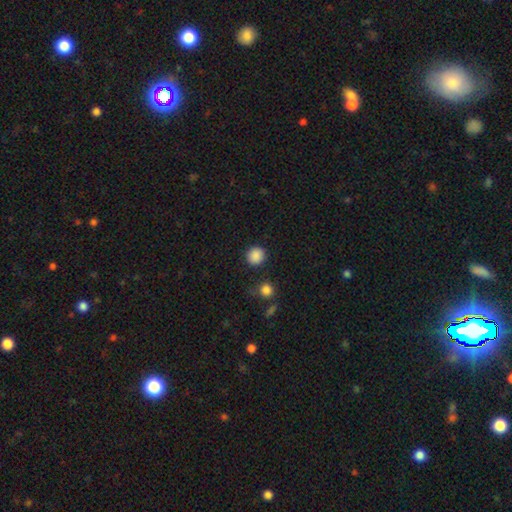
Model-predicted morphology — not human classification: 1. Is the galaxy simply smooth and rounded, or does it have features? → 87% smooth, 10% star or artifact, 3% featured or disk.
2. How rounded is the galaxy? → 92% round, 7% in between, 1% cigar-shaped.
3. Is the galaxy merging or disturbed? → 87% none, 8% minor disturbance, 3% major disturbance, 3% merger.